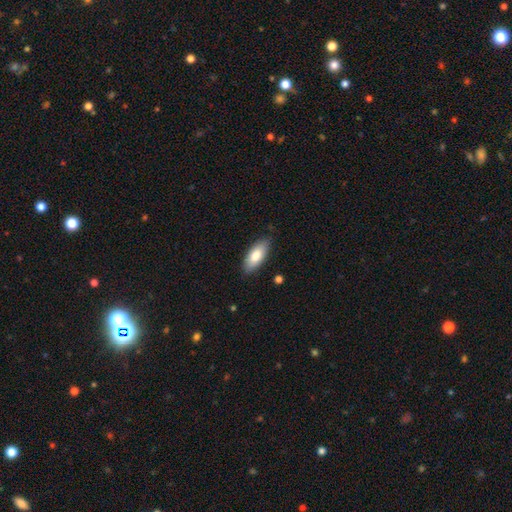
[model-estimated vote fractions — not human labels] Smooth or featured?
  - smooth: 81% *
  - featured or disk: 13%
  - star or artifact: 6%
How rounded?
  - in between: 81% *
  - cigar-shaped: 17%
  - round: 2%
Merging?
  - none: 84% *
  - minor disturbance: 12%
  - major disturbance: 2%
  - merger: 1%